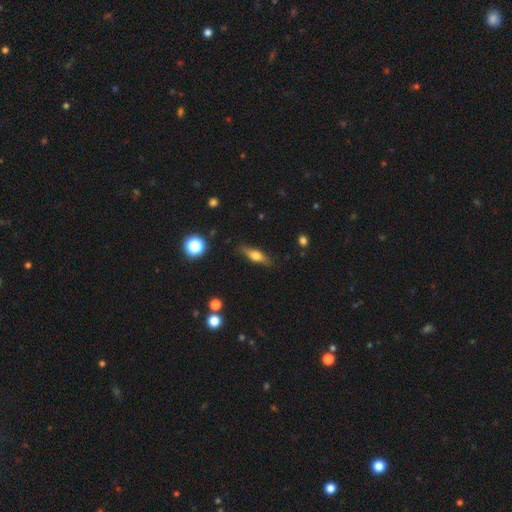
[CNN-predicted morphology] Q: Smooth or featured?
A: smooth (52%); runner-up: featured or disk (41%)
Q: How rounded?
A: cigar-shaped (55%); runner-up: in between (40%)
Q: Merging?
A: none (84%); runner-up: minor disturbance (12%)